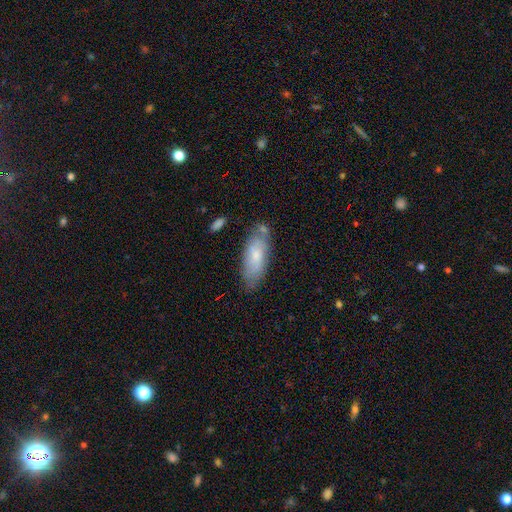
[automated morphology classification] Overall: smooth (64%; featured or disk 30%). How rounded: in between (77%). Merging: none (67%).